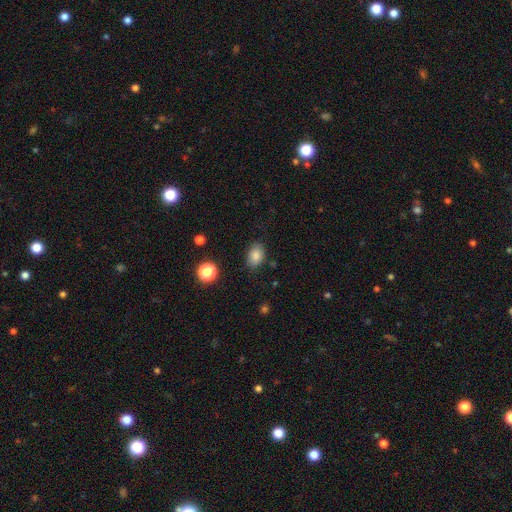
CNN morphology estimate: This appears to be a smooth galaxy with no disk features (84%) that is in between round and cigar-shaped (79%). Merging: none (81%).